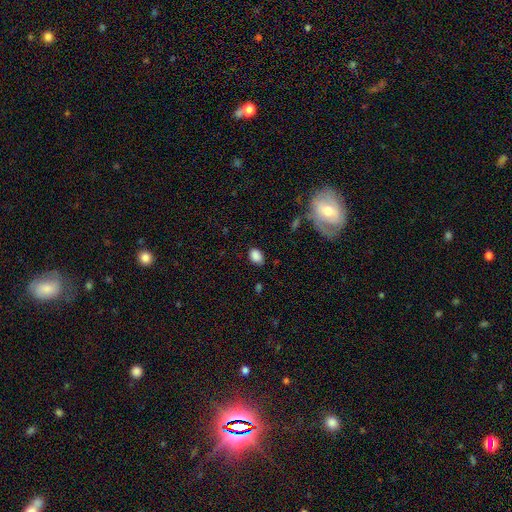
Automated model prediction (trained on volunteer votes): smooth 86%, star or artifact 9%, featured or disk 5%. Down the decision tree: how rounded — in between (78%); merging — none (78%).